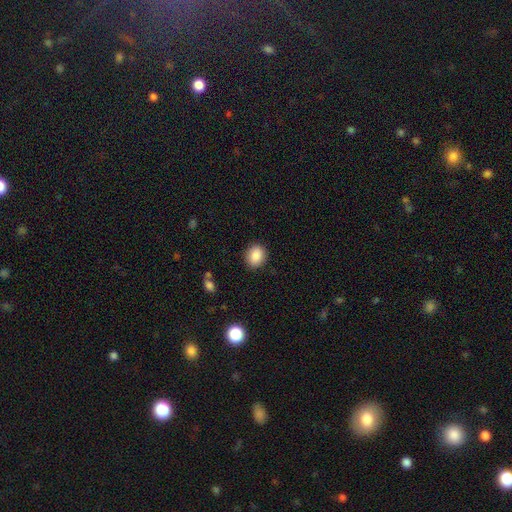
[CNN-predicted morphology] Smooth or featured? smooth (87%)
How rounded? round (62%)
Merging? none (89%)